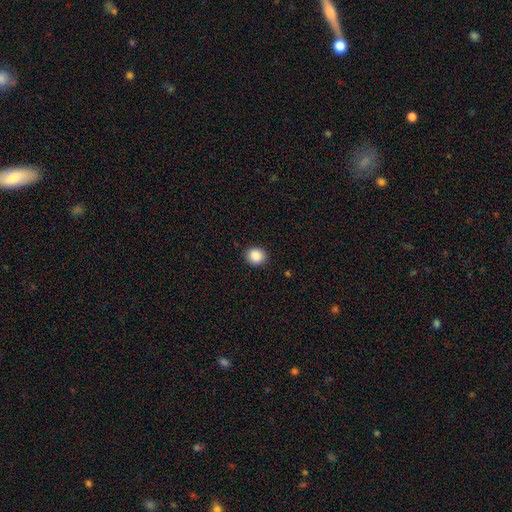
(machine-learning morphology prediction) smooth 88%, star or artifact 9%, featured or disk 3%. Down the decision tree: how rounded — round (77%); merging — none (90%).